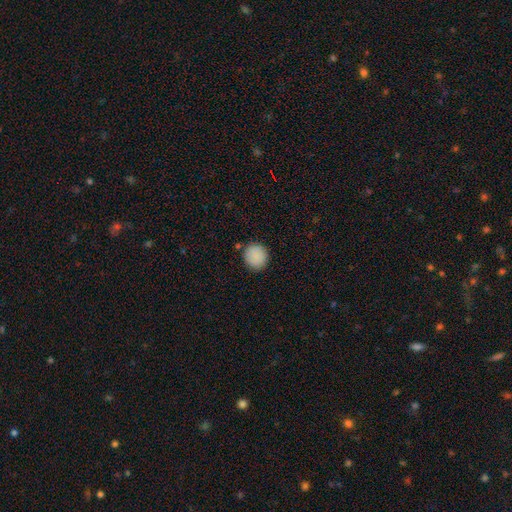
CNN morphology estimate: Smooth or featured? smooth (89%)
How rounded? round (89%)
Merging? none (87%)